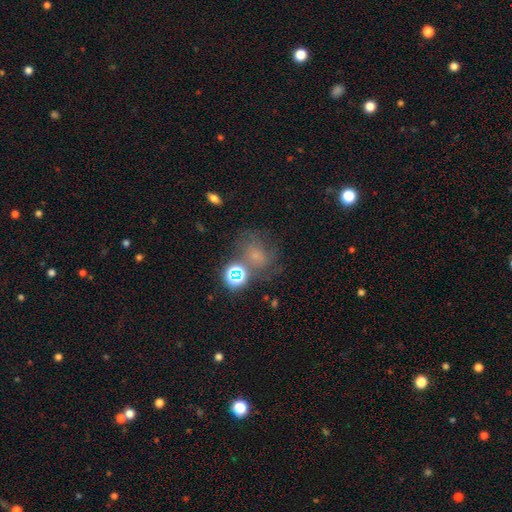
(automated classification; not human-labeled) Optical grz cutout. It shows a smooth galaxy with no disk features (45%). Merging: none (51%).